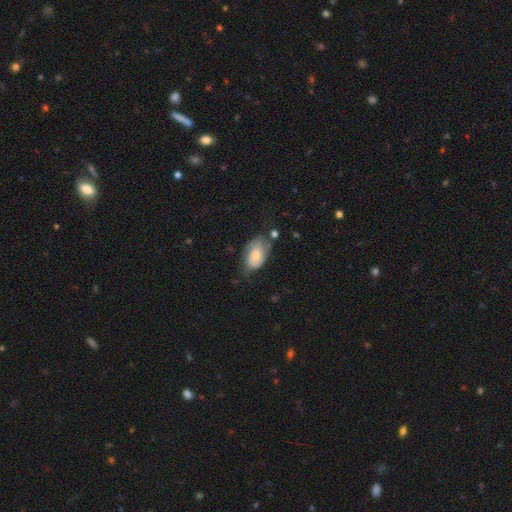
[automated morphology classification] This appears to be a smooth galaxy with no disk features (60%) that is in between round and cigar-shaped (91%). Merging: none (49%).